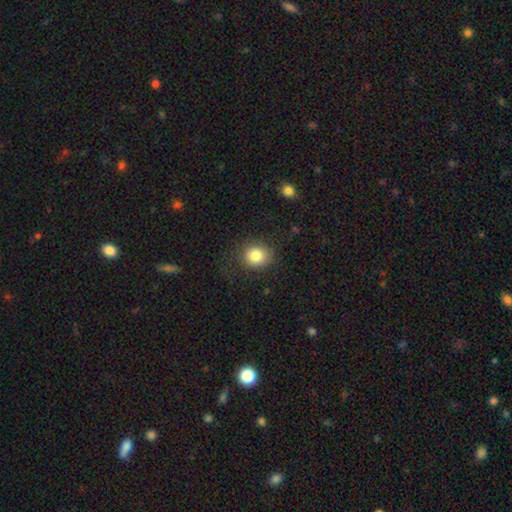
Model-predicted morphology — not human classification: smooth_or_featured: smooth (p=0.83) [alt: star or artifact p=0.10]
how_rounded: round (p=0.77) [alt: in between p=0.22]
merging: none (p=0.82) [alt: minor disturbance p=0.11]